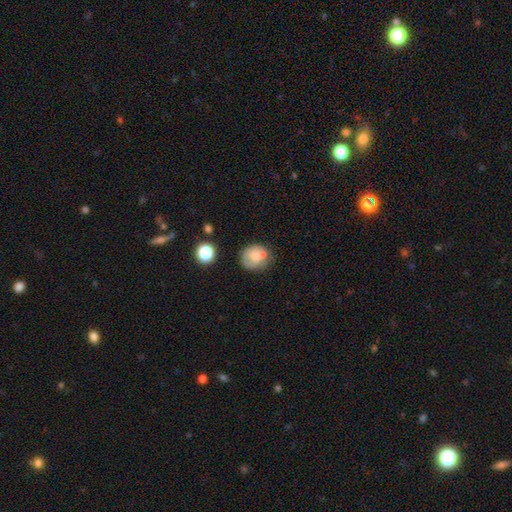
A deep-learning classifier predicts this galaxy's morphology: A smooth galaxy with no disk features (65%) that is round (71%).

Vote fractions:
- Smooth or featured? smooth: 65% / featured or disk: 25% / star or artifact: 10%
- How rounded? round: 71% / in between: 28% / cigar-shaped: 1%
- Merging? none: 54% / minor disturbance: 22% / merger: 16% / major disturbance: 8%